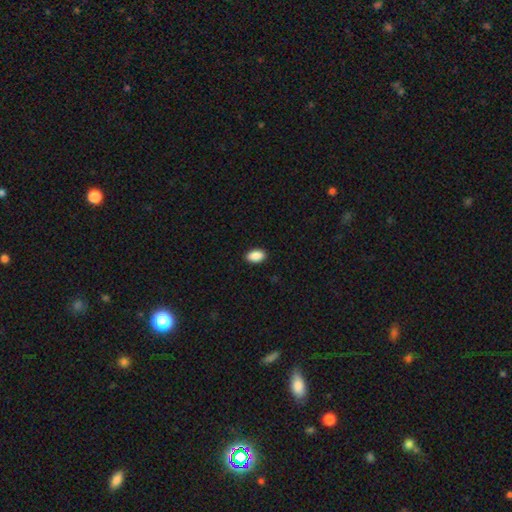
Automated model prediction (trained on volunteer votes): Smooth or featured? Predicted: smooth (p=0.90). How rounded? Predicted: in between (p=0.93). Merging? Predicted: none (p=0.90).